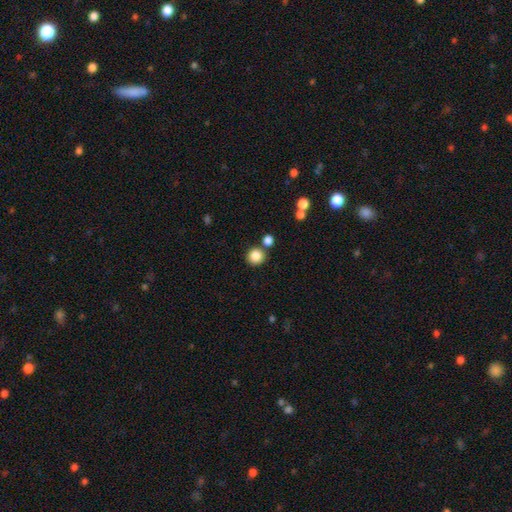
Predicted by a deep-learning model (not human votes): This is clearly a smooth galaxy (85%). How rounded: clearly round (92%). Merging: likely none (79%).